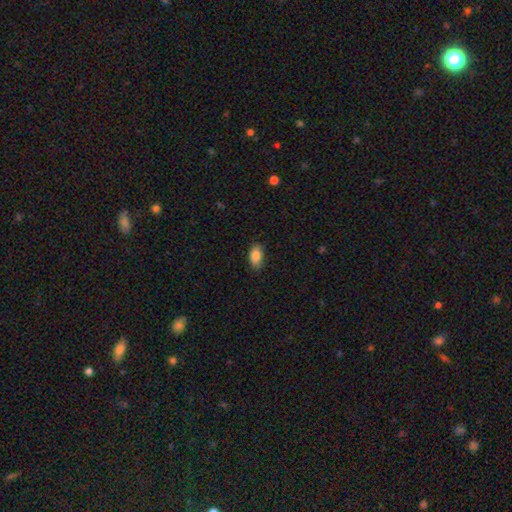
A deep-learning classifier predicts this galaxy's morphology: A smooth galaxy with no disk features (86%) that is in between round and cigar-shaped (91%).

Vote fractions:
- Smooth or featured? smooth: 86% / star or artifact: 7% / featured or disk: 6%
- How rounded? in between: 91% / round: 6% / cigar-shaped: 3%
- Merging? none: 82% / minor disturbance: 15% / major disturbance: 3% / merger: 1%